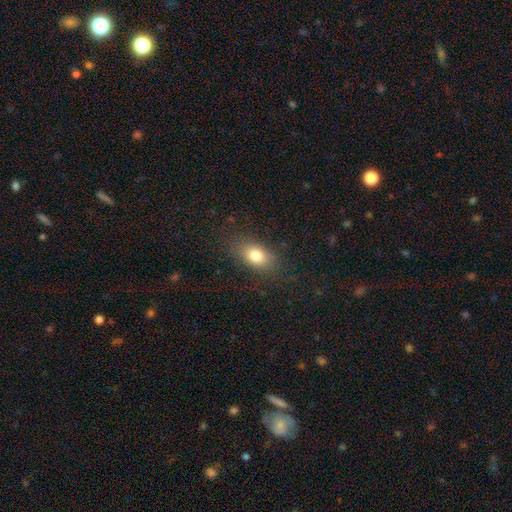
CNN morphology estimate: smooth_or_featured: smooth (p=0.80) [alt: featured or disk p=0.10]
how_rounded: in between (p=0.80) [alt: round p=0.17]
merging: none (p=0.81) [alt: minor disturbance p=0.13]